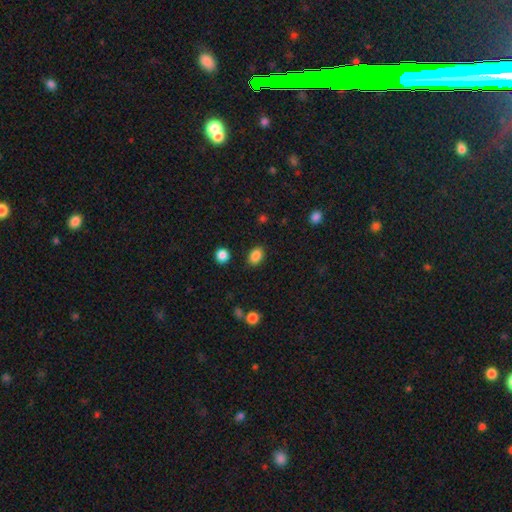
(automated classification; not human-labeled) A smooth galaxy with no disk features (87%) that is in between round and cigar-shaped (78%).

Vote fractions:
- Smooth or featured? smooth: 87% / star or artifact: 9% / featured or disk: 4%
- How rounded? in between: 78% / round: 21% / cigar-shaped: 1%
- Merging? none: 85% / minor disturbance: 10% / major disturbance: 3% / merger: 2%